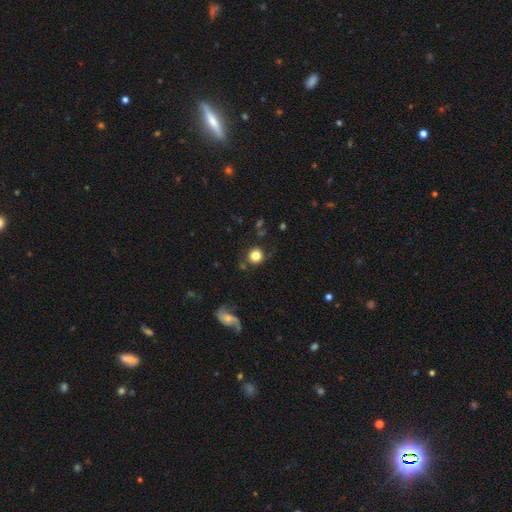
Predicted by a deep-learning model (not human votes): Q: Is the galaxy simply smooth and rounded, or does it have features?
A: smooth — 79%.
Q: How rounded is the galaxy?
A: round — 91%.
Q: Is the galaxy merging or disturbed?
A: none — 78%.